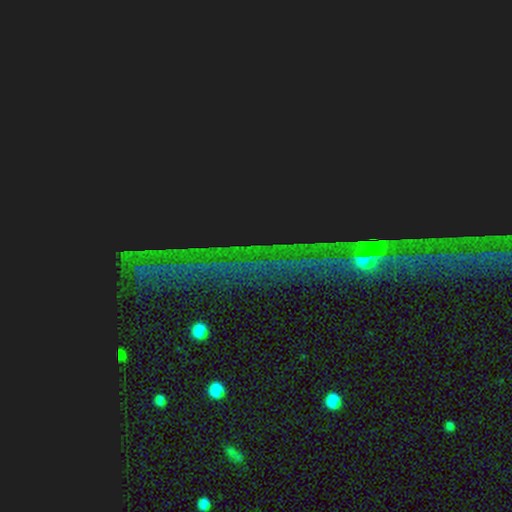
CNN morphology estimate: smooth_or_featured: star or artifact (p=0.85) [alt: featured or disk p=0.08]